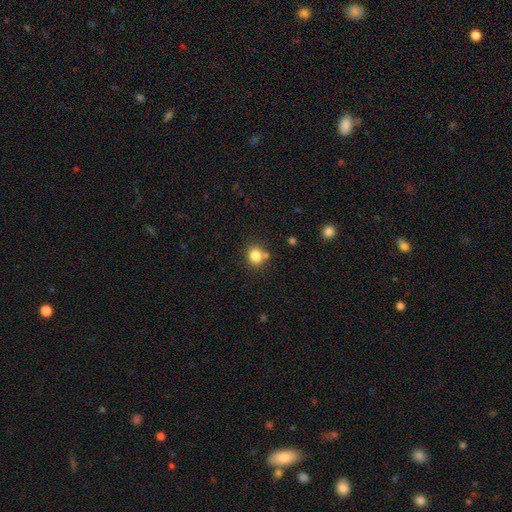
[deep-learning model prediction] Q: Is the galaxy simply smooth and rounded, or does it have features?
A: smooth — 82%.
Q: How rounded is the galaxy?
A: round — 75%.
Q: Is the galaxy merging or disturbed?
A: none — 71%.